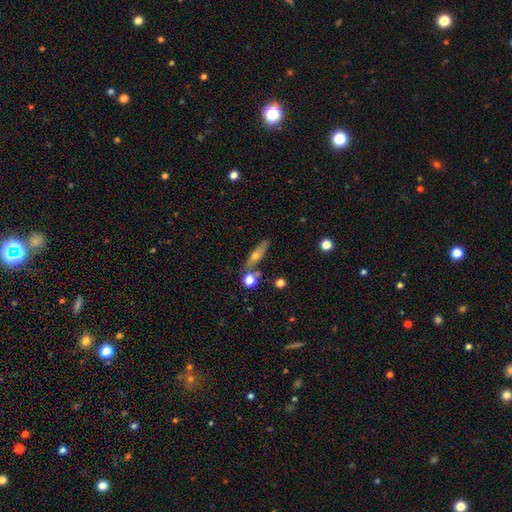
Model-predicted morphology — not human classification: smooth_or_featured: smooth (p=0.49) [alt: featured or disk p=0.41]
merging: none (p=0.68) [alt: minor disturbance p=0.15]